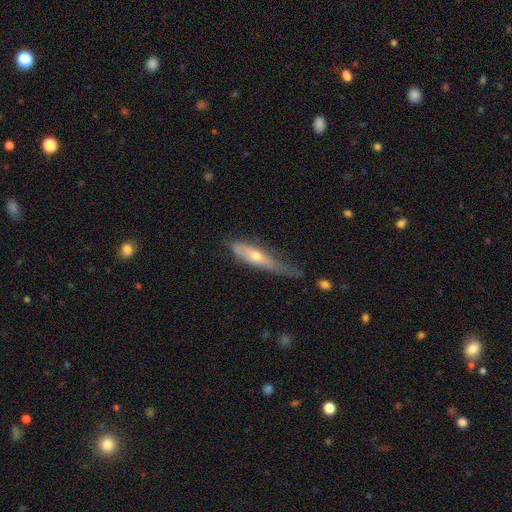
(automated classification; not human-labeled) A featured or disk galaxy (49%).

Vote fractions:
- Smooth or featured? featured or disk: 49% / smooth: 44% / star or artifact: 7%
- Merging? minor disturbance: 38% / none: 31% / major disturbance: 27% / merger: 3%